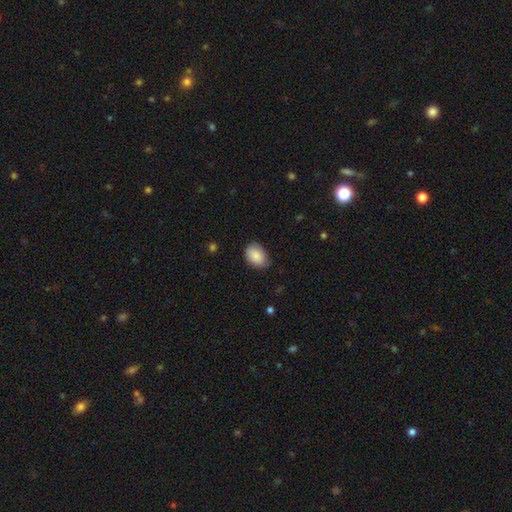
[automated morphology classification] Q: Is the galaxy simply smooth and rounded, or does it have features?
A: smooth — 86%.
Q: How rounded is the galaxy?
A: in between — 82%.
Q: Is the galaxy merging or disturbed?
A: none — 71%.